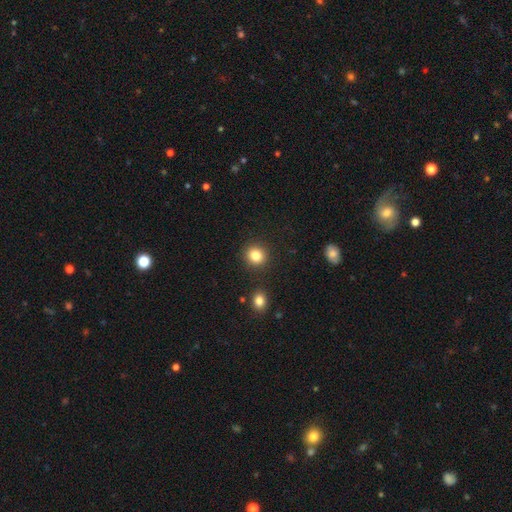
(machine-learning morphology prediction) Smooth or featured?
  - smooth: 84% *
  - star or artifact: 10%
  - featured or disk: 5%
How rounded?
  - round: 86% *
  - in between: 14%
  - cigar-shaped: 1%
Merging?
  - none: 88% *
  - minor disturbance: 6%
  - merger: 3%
  - major disturbance: 2%